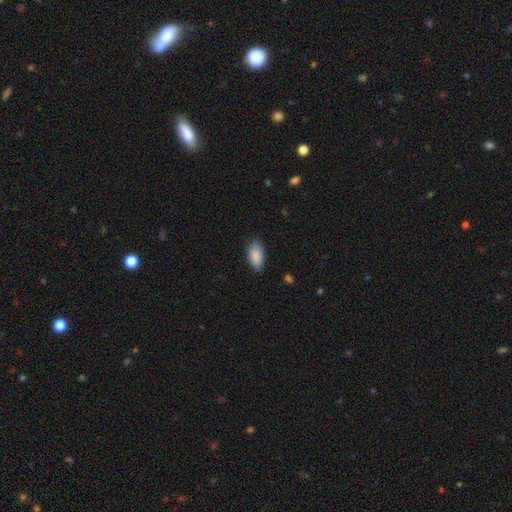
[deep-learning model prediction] Smooth or featured? smooth (89%)
How rounded? in between (93%)
Merging? none (80%)